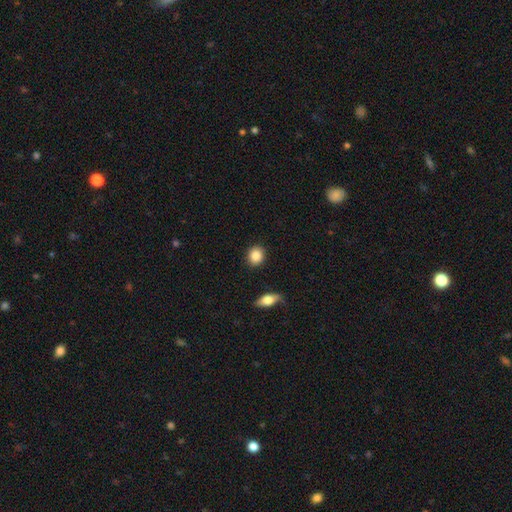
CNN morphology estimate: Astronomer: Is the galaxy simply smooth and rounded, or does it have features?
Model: smooth — 87%.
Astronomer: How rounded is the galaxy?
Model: round — 74%.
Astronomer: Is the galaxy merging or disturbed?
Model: none — 89%.